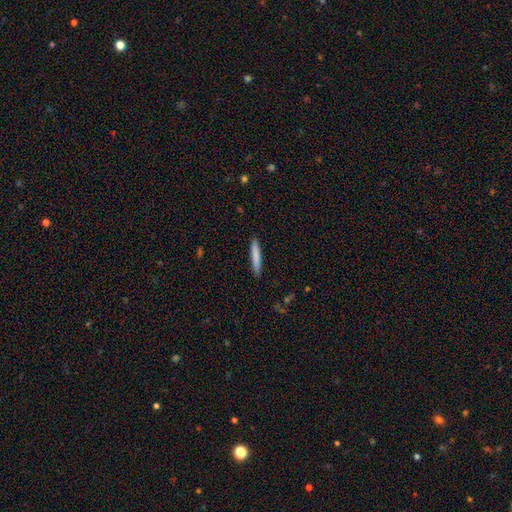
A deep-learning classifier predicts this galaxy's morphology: The model was most divided on "smooth or featured": smooth: 81%, featured or disk: 13%, star or artifact: 6%. More confident: how rounded — cigar-shaped (94%); merging — none (91%).